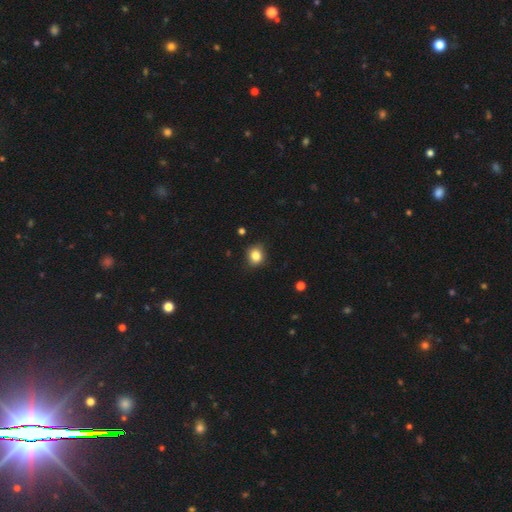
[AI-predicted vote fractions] This appears to be a smooth galaxy with no disk features (83%) that is round (67%). Merging: none (83%).